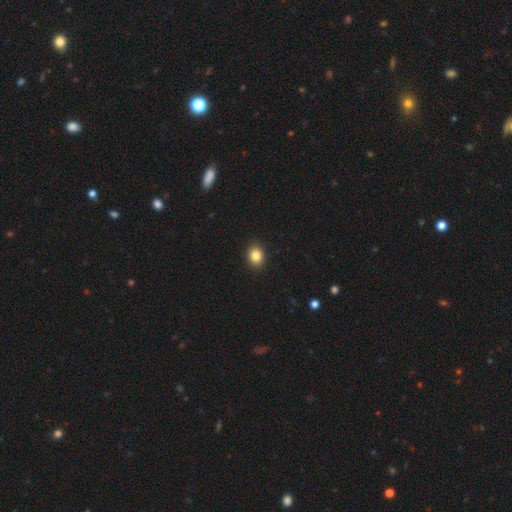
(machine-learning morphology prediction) type=smooth (84%); roundness=round (53%); merging=none (91%).